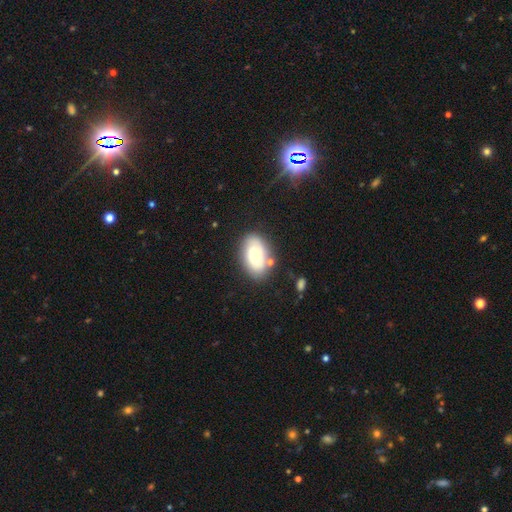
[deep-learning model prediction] Q: Smooth or featured?
A: smooth (62%); runner-up: featured or disk (31%)
Q: How rounded?
A: in between (90%); runner-up: round (9%)
Q: Merging?
A: none (74%); runner-up: minor disturbance (15%)